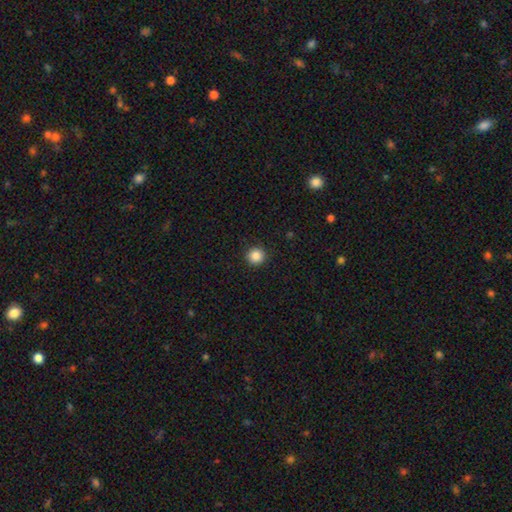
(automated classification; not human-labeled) smooth-or-featured: smooth: 87% | star or artifact: 10% | featured or disk: 3%
  how-rounded: round: 95% | in between: 4% | cigar-shaped: 1%
  merging: none: 92% | minor disturbance: 5% | major disturbance: 2% | merger: 1%